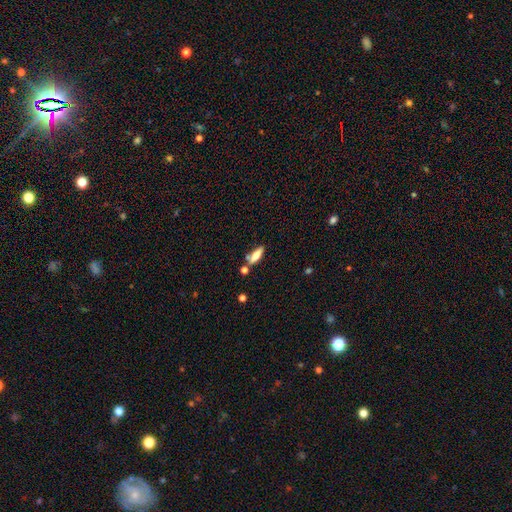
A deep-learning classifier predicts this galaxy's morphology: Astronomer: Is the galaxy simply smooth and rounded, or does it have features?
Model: smooth — 66%.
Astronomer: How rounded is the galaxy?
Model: in between — 52% (runner-up: cigar-shaped, 45%).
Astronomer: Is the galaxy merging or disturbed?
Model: none — 67%.